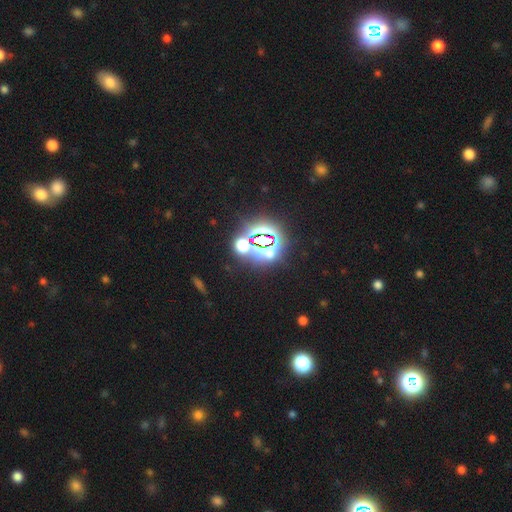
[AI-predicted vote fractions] Smooth or featured?
  - star or artifact: 79% *
  - smooth: 14%
  - featured or disk: 7%